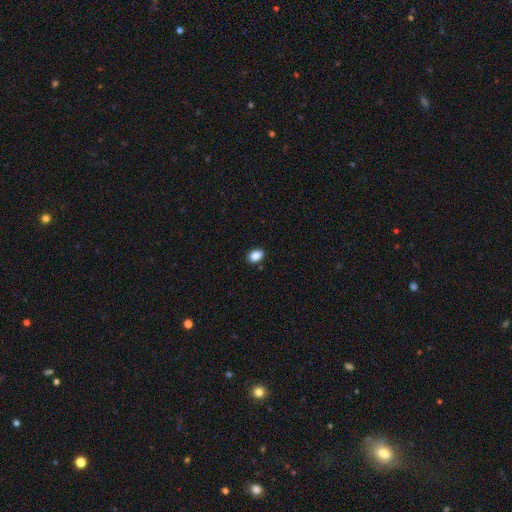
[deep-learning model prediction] Smooth or featured? Predicted: smooth (p=0.88). How rounded? Predicted: in between (p=0.80). Merging? Predicted: none (p=0.88).